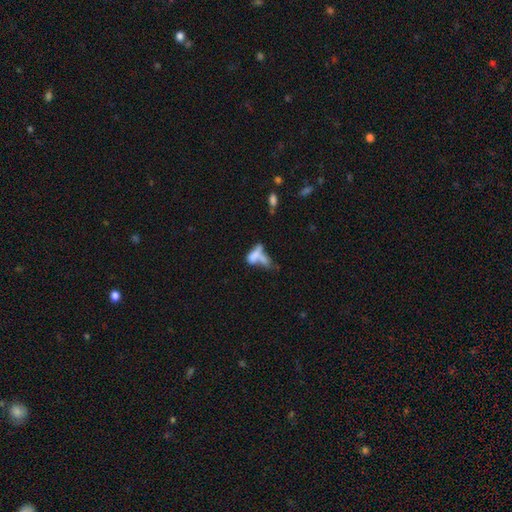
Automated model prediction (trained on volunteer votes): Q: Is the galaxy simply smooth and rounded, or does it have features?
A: smooth — 61%.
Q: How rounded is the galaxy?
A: in between — 73%.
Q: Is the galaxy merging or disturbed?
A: merger — 60%.